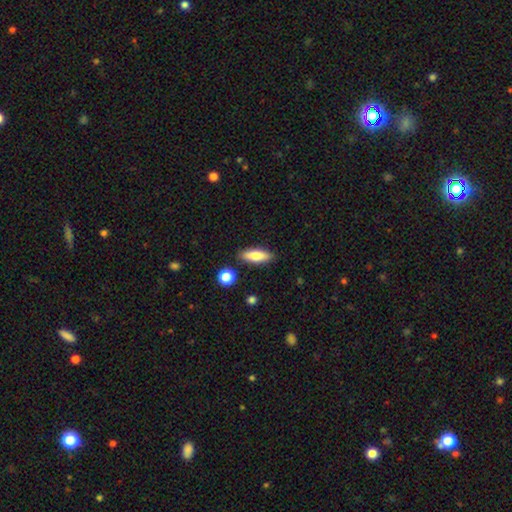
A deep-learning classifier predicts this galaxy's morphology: This appears to be a smooth galaxy with no disk features (72%) that is in between round and cigar-shaped (54%). Merging: none (85%).